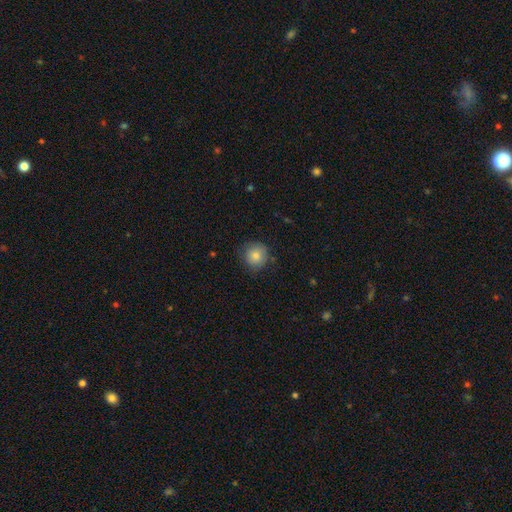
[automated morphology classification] This appears to be a smooth galaxy with no disk features (82%) that is round (92%). Merging: none (80%).